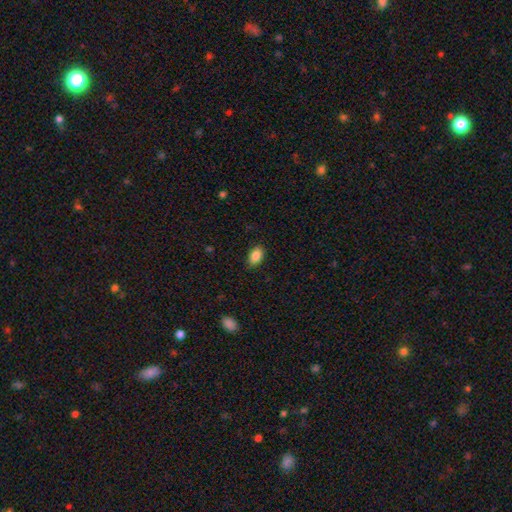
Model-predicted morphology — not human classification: smooth_or_featured: smooth (p=0.87) [alt: star or artifact p=0.08]
how_rounded: in between (p=0.88) [alt: round p=0.11]
merging: none (p=0.84) [alt: minor disturbance p=0.13]